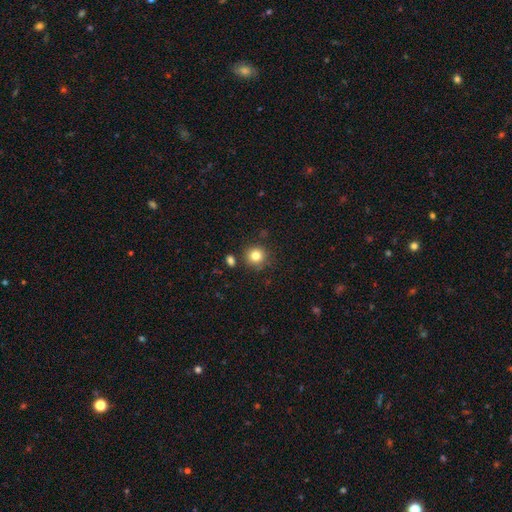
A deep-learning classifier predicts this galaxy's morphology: Smooth or featured? smooth (82%)
How rounded? round (92%)
Merging? none (85%)